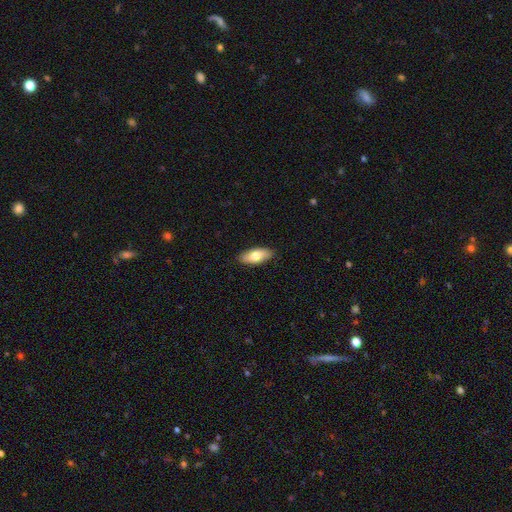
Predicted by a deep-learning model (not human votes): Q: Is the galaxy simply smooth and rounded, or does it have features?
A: smooth — 75%.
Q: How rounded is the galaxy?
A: in between — 84%.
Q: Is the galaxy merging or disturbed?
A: none — 89%.